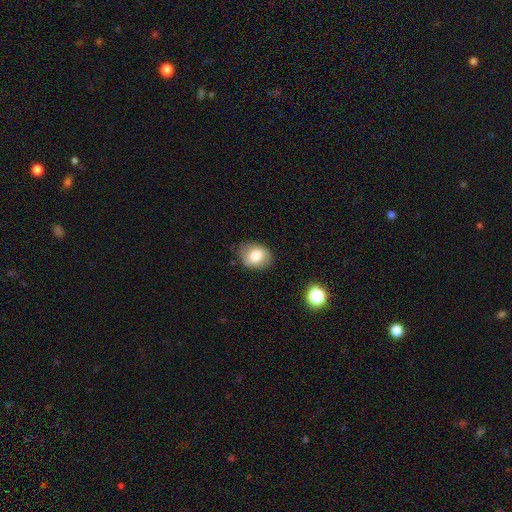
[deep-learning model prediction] Morphology: type=smooth (75%); roundness=in between (59%); merging=none (77%).